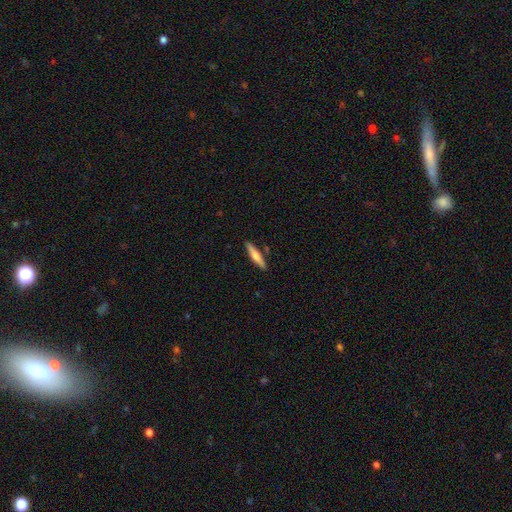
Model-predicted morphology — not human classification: This appears to be a smooth galaxy with no disk features (63%) that is cigar-shaped (86%). Merging: none (87%).